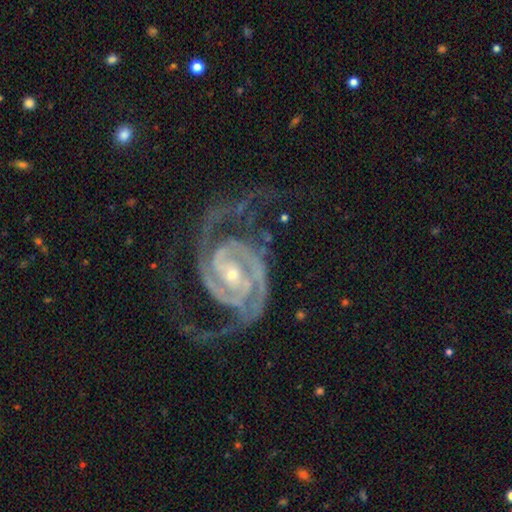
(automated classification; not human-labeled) This appears to be a featured or disk galaxy (93%) with no bar (45%), 2 (77%) tight (51%) spiral arms (99%) and a small central bulge (68%). Merging: none (60%).